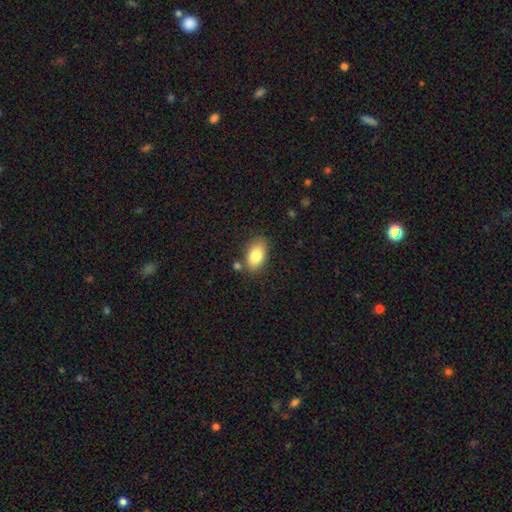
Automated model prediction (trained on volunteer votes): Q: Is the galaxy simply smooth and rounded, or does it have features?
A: smooth — 84%.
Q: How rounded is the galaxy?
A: in between — 91%.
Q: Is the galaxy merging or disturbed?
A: none — 75%.